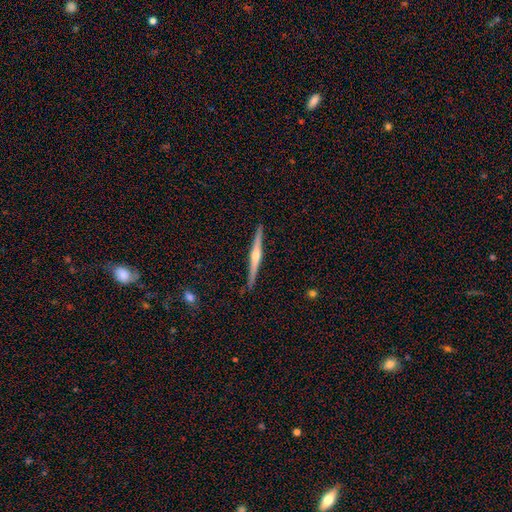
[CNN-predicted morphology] Smooth or featured: featured or disk — 78% (smooth — 17%)
Edge-on disk: yes — 98% (no — 2%)
Edge-on bulge: rounded — 88% (none — 7%)
Merging: none — 90% (minor disturbance — 7%)